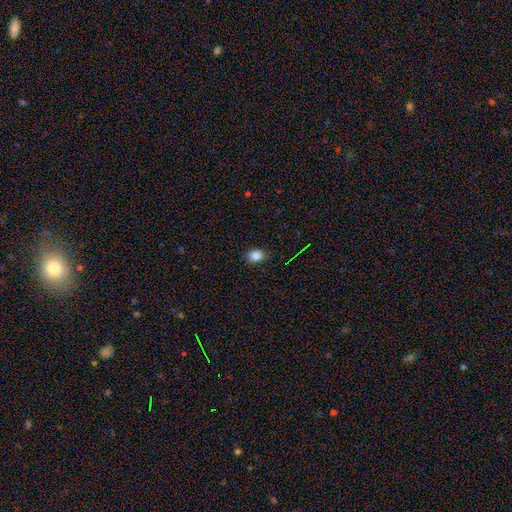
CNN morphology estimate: smooth_or_featured: smooth (p=0.84) [alt: star or artifact p=0.11]
how_rounded: in between (p=0.71) [alt: round p=0.27]
merging: none (p=0.87) [alt: minor disturbance p=0.10]